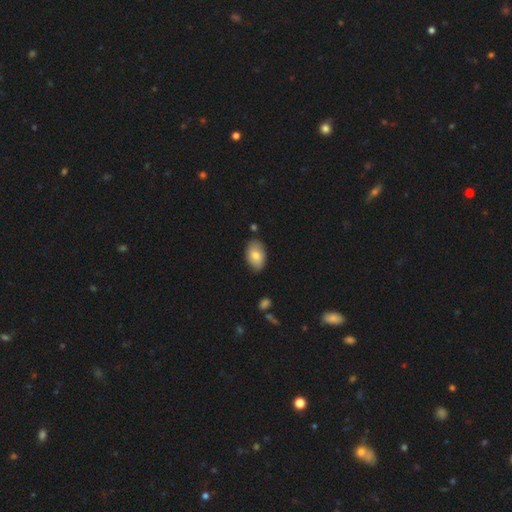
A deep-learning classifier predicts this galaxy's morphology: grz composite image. It shows a smooth galaxy with no disk features (78%) that is in between round and cigar-shaped (89%). Merging: none (78%).